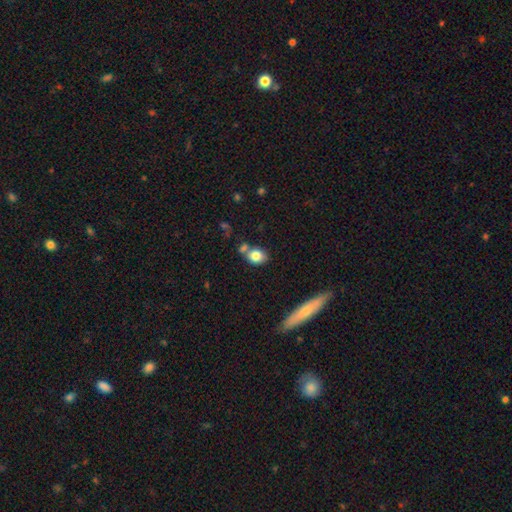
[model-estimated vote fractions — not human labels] A smooth galaxy with no disk features (80%) that is in between round and cigar-shaped (58%).

Vote fractions:
- Smooth or featured? smooth: 80% / featured or disk: 11% / star or artifact: 9%
- How rounded? in between: 58% / round: 41% / cigar-shaped: 2%
- Merging? none: 57% / merger: 25% / minor disturbance: 14% / major disturbance: 4%